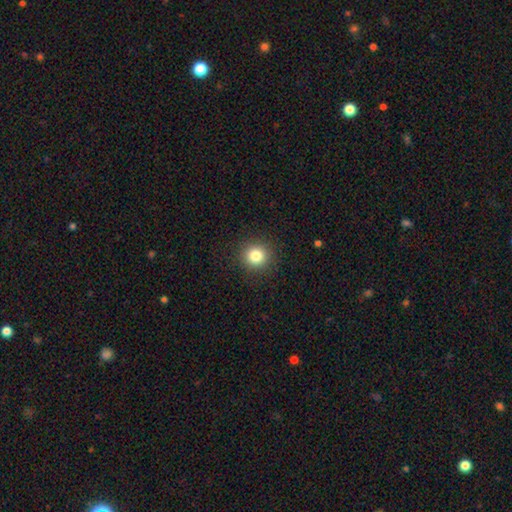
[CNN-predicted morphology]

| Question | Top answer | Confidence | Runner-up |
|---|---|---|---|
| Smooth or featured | smooth | 83% | star or artifact (11%) |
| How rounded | round | 93% | in between (6%) |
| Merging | none | 91% | minor disturbance (6%) |